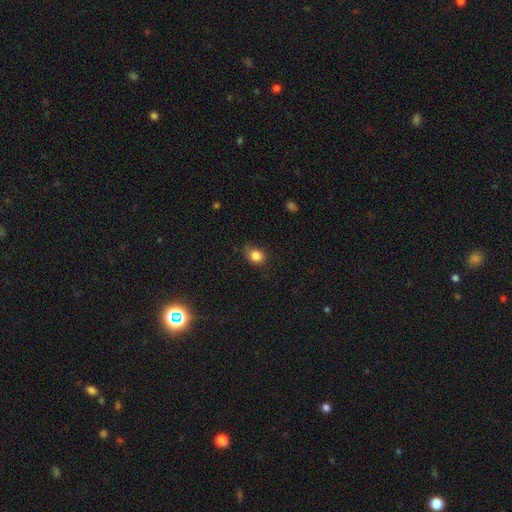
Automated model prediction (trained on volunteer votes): This is clearly a smooth galaxy (84%). How rounded: possibly round (59%). Merging: likely none (67%).